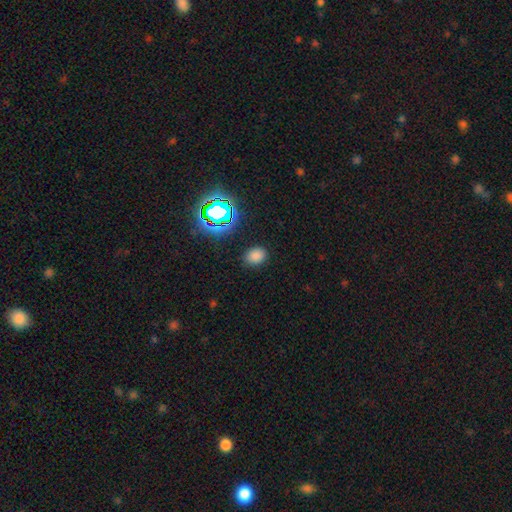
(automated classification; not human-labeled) The model was most divided on "how rounded": in between: 60%, round: 39%, cigar-shaped: 1%. More confident: merging — none (85%); smooth or featured — smooth (74%).